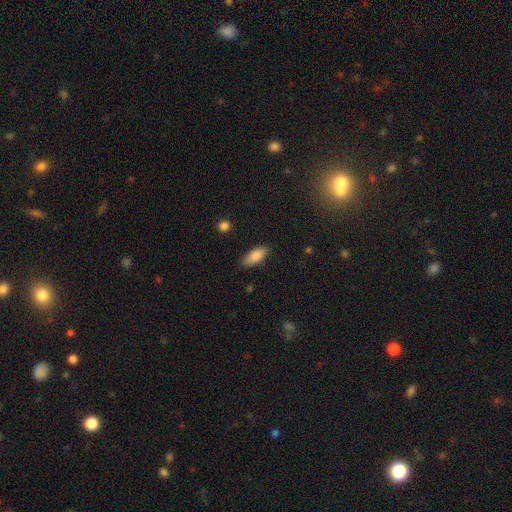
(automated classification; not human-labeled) Smooth or featured? smooth (86%)
How rounded? in between (84%)
Merging? none (84%)